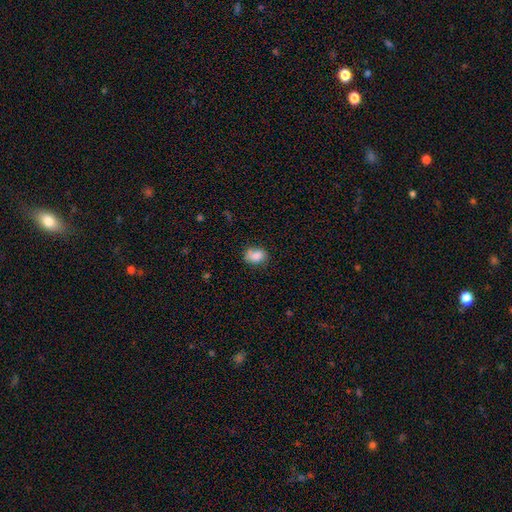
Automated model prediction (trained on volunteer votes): Smooth or featured? smooth (82%)
How rounded? in between (63%)
Merging? none (61%)